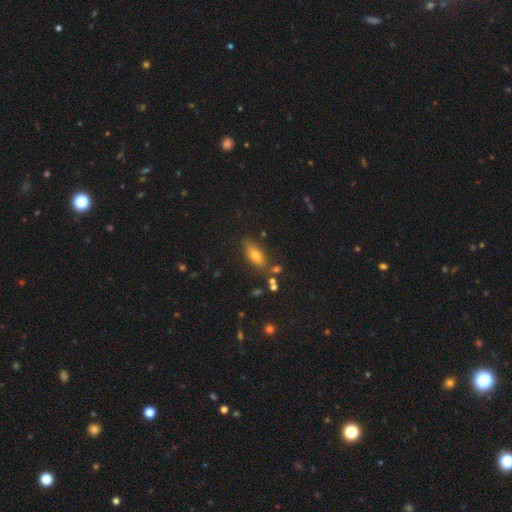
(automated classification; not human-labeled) Smooth or featured?
  - smooth: 69% *
  - featured or disk: 21%
  - star or artifact: 11%
How rounded?
  - in between: 75% *
  - cigar-shaped: 20%
  - round: 5%
Merging?
  - none: 73% *
  - minor disturbance: 17%
  - merger: 6%
  - major disturbance: 4%